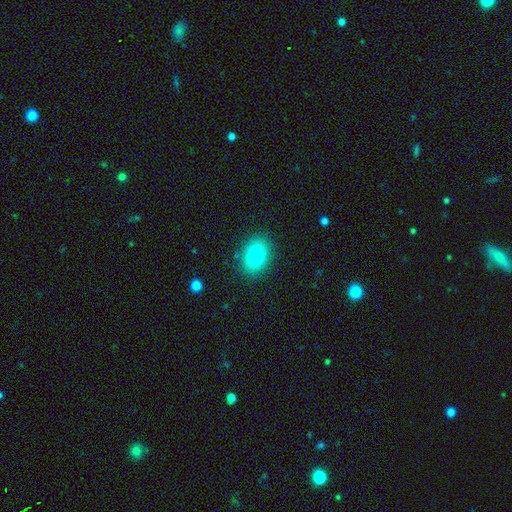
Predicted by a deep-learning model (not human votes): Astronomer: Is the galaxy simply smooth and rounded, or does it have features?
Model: smooth — 80%.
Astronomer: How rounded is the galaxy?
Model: in between — 75%.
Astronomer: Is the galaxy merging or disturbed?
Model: none — 87%.